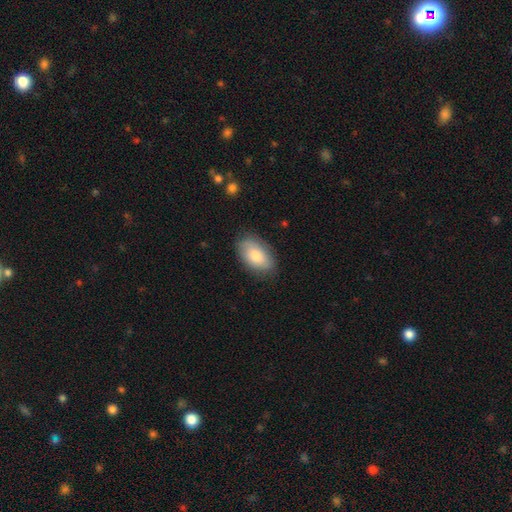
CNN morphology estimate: The model was most divided on "smooth or featured": smooth: 76%, featured or disk: 18%, star or artifact: 6%. More confident: how rounded — in between (93%); merging — none (79%).